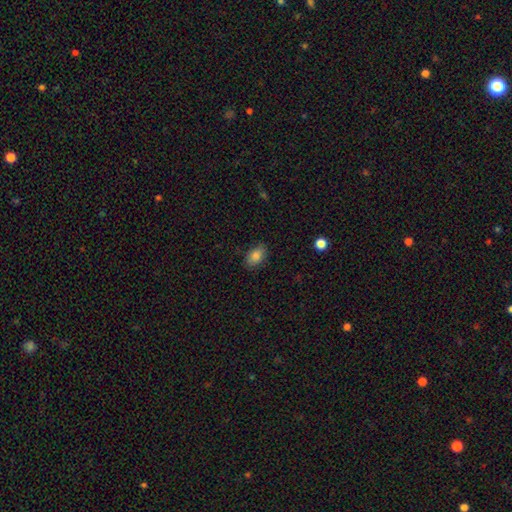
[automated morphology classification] The model was most divided on "merging": none: 83%, minor disturbance: 13%, major disturbance: 3%, merger: 1%. More confident: how rounded — in between (88%); smooth or featured — smooth (86%).